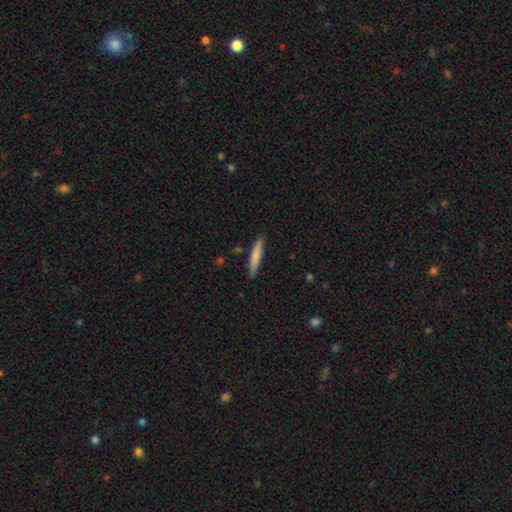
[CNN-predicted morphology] Smooth or featured? Predicted: smooth (p=0.75). How rounded? Predicted: cigar-shaped (p=0.92). Merging? Predicted: none (p=0.87).